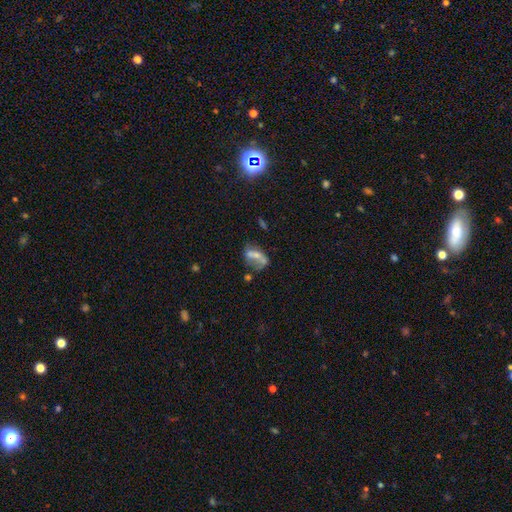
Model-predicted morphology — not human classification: Smooth or featured? Predicted: featured or disk (p=0.45). Merging? Predicted: none (p=0.31).